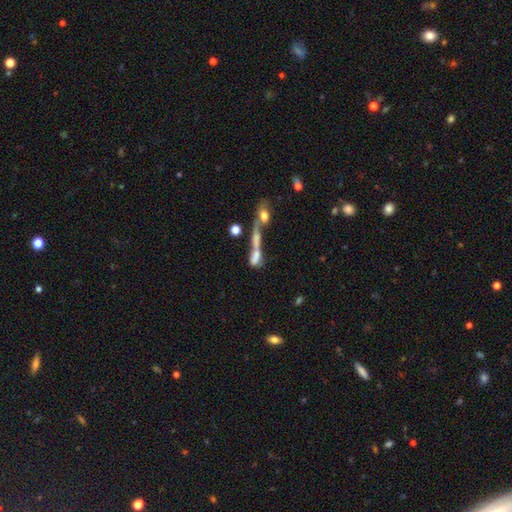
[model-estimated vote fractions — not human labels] smooth 55%, featured or disk 31%, star or artifact 14%. Down the decision tree: how rounded — cigar-shaped (47%); merging — merger (62%).